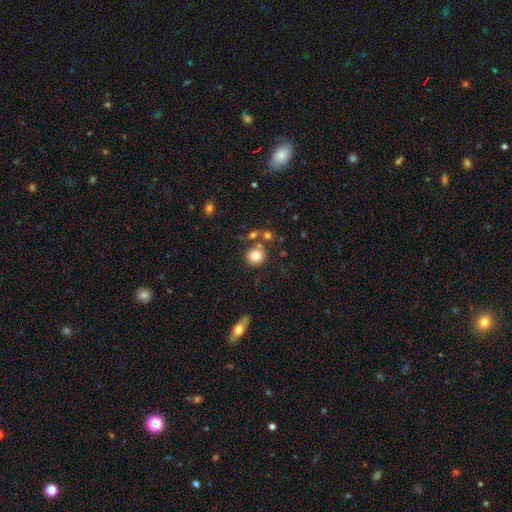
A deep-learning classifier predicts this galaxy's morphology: Q: Smooth or featured?
A: smooth (81%); runner-up: star or artifact (10%)
Q: How rounded?
A: round (88%); runner-up: in between (11%)
Q: Merging?
A: none (73%); runner-up: merger (14%)